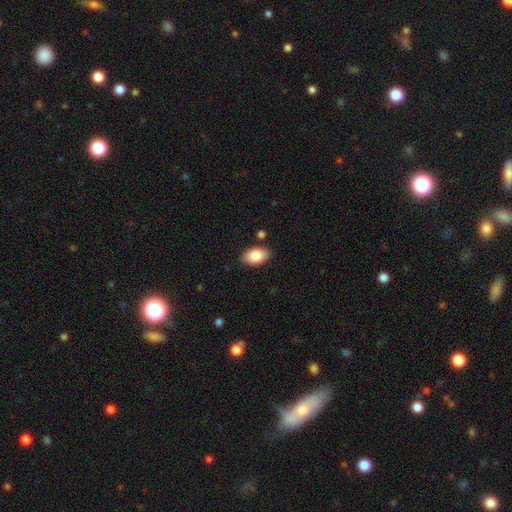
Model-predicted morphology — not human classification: A smooth galaxy with no disk features (85%) that is in between round and cigar-shaped (93%). Merging: none (86%).